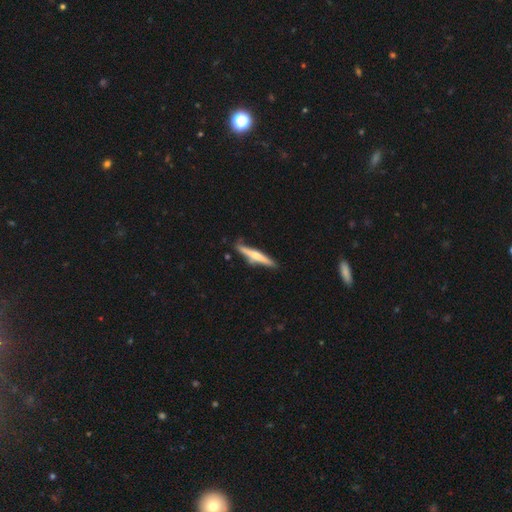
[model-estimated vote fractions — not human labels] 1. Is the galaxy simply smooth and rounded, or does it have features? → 53% featured or disk, 42% smooth, 5% star or artifact.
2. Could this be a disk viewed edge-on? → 96% yes, 4% no.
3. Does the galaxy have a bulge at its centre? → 72% rounded, 18% none, 9% boxy.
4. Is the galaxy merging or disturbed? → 78% none, 15% minor disturbance, 4% merger, 3% major disturbance.